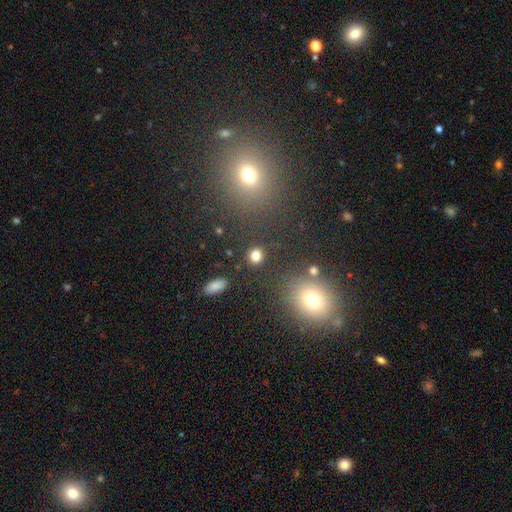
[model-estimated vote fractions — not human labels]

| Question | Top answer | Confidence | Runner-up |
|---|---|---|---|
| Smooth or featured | smooth | 81% | star or artifact (14%) |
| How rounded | round | 81% | in between (17%) |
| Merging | none | 88% | minor disturbance (7%) |